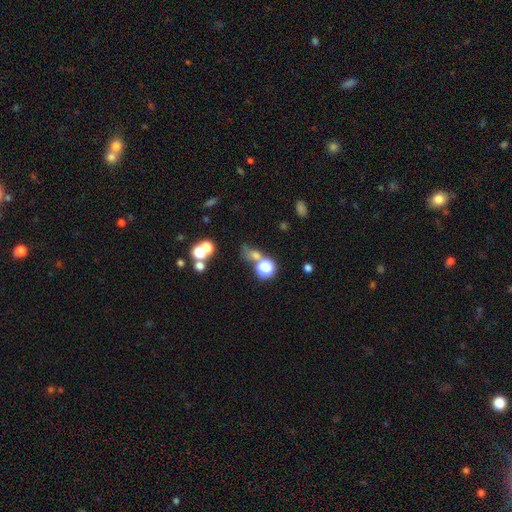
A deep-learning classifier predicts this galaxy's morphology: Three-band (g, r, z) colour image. It shows a smooth galaxy with no disk features (56%) that is round (69%). Merging: none (46%).